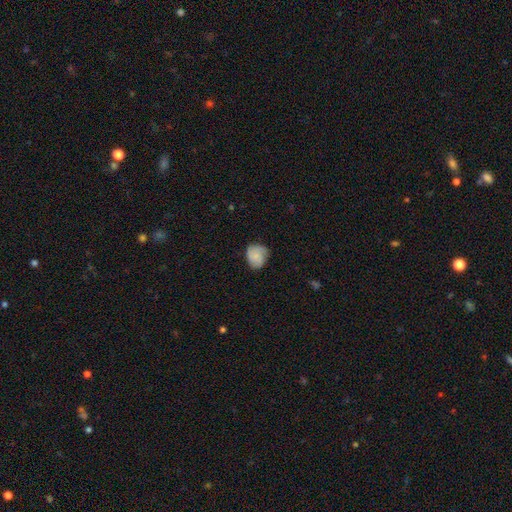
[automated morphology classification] The model was most divided on "smooth or featured": smooth: 56%, featured or disk: 36%, star or artifact: 8%. More confident: how rounded — round (67%); merging — none (66%).